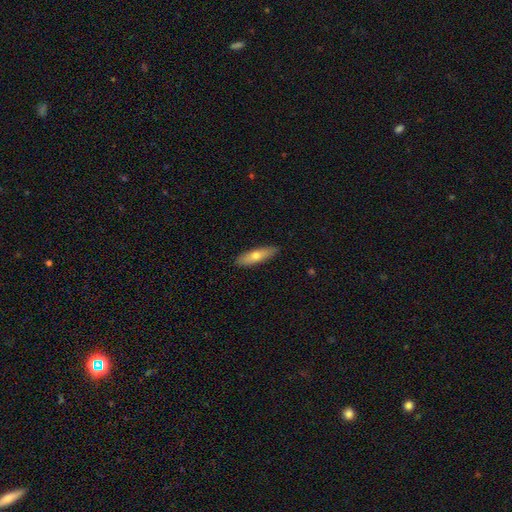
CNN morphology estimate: Overall: smooth (66%; featured or disk 28%). How rounded: cigar-shaped (60%; in between 38%). Merging: none (88%).